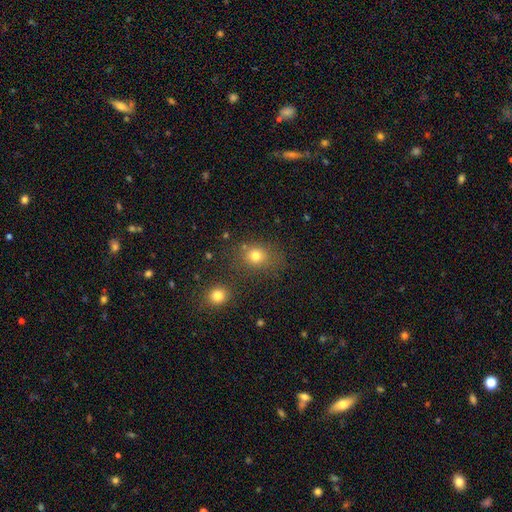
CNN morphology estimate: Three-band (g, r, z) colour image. It shows a smooth galaxy with no disk features (76%) that is round (62%). Merging: none (71%).